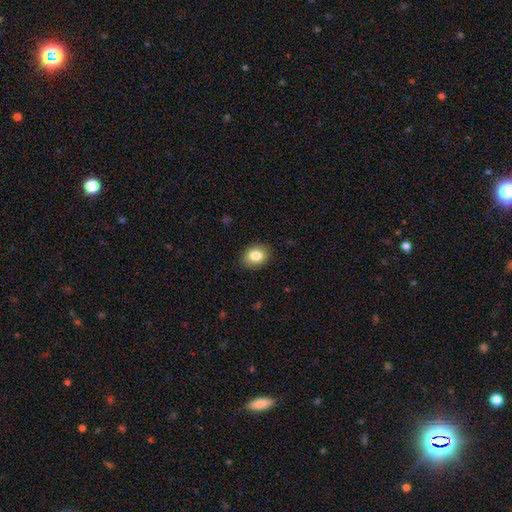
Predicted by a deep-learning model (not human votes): Smooth or featured: smooth — 84% (star or artifact — 9%)
How rounded: in between — 59% (round — 40%)
Merging: none — 89% (minor disturbance — 8%)